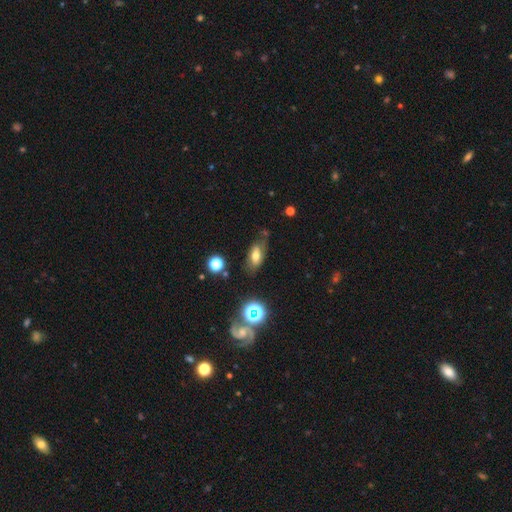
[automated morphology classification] A smooth galaxy with no disk features (58%) that is in between round and cigar-shaped (82%). Merging: none (60%).